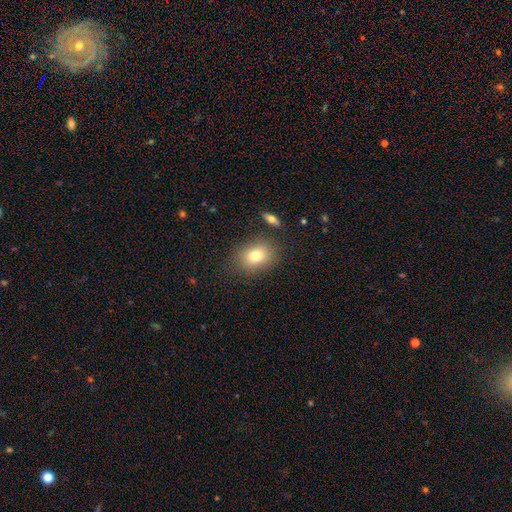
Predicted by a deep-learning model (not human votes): Smooth or featured? smooth (78%)
How rounded? in between (63%)
Merging? none (80%)